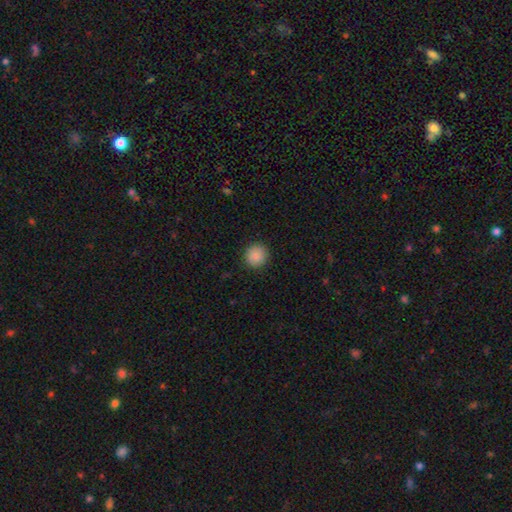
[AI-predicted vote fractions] The model was most divided on "smooth or featured": smooth: 88%, star or artifact: 9%, featured or disk: 3%. More confident: how rounded — round (92%); merging — none (92%).